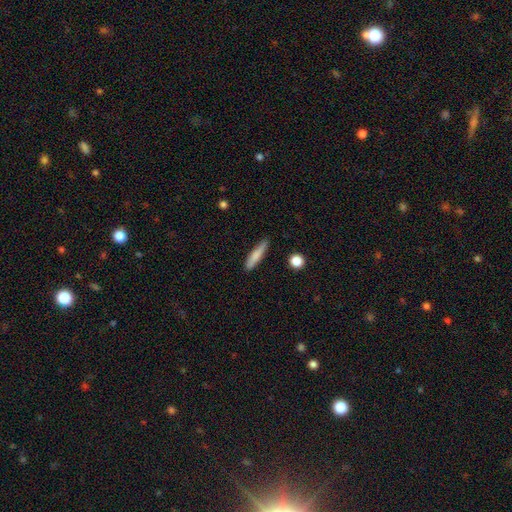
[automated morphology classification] smooth-or-featured: smooth: 77% | featured or disk: 17% | star or artifact: 6%
  how-rounded: cigar-shaped: 85% | in between: 14% | round: 2%
  merging: none: 82% | minor disturbance: 14% | major disturbance: 3% | merger: 2%